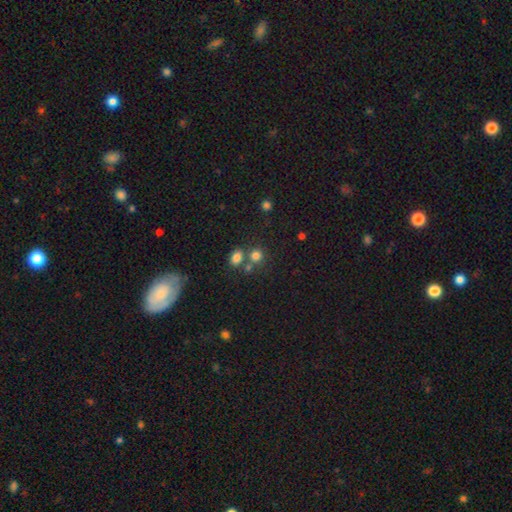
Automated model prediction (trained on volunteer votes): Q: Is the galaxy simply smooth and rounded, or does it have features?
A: smooth — 78%.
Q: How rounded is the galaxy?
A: round — 78%.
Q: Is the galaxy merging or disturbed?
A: none — 58%.